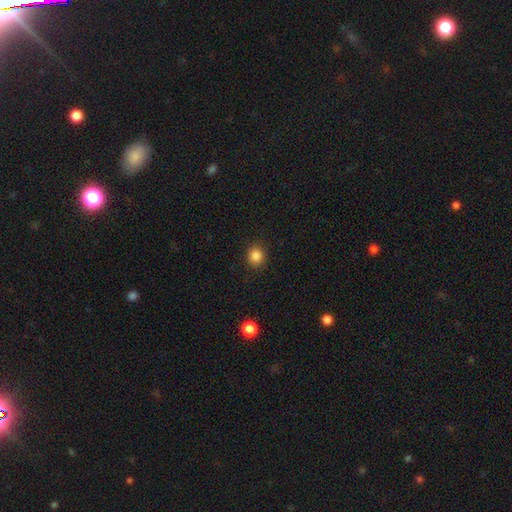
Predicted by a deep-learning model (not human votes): smooth-or-featured: smooth: 85% | star or artifact: 11% | featured or disk: 4%
  how-rounded: round: 86% | in between: 13% | cigar-shaped: 1%
  merging: none: 91% | minor disturbance: 6% | major disturbance: 2% | merger: 1%